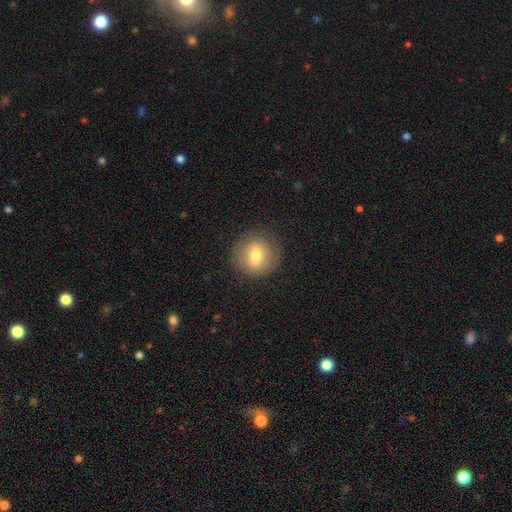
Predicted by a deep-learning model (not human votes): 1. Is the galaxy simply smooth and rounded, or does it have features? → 66% smooth, 24% featured or disk, 9% star or artifact.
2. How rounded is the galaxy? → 90% round, 9% in between, 1% cigar-shaped.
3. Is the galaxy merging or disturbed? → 83% none, 11% minor disturbance, 4% major disturbance, 1% merger.